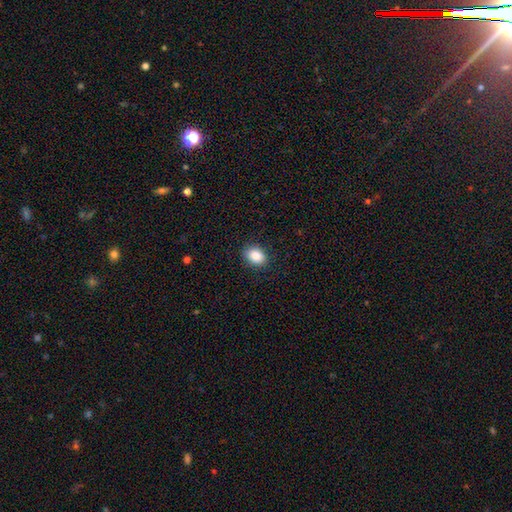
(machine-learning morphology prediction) smooth 88%, star or artifact 8%, featured or disk 4%. Down the decision tree: how rounded — in between (72%); merging — none (87%).